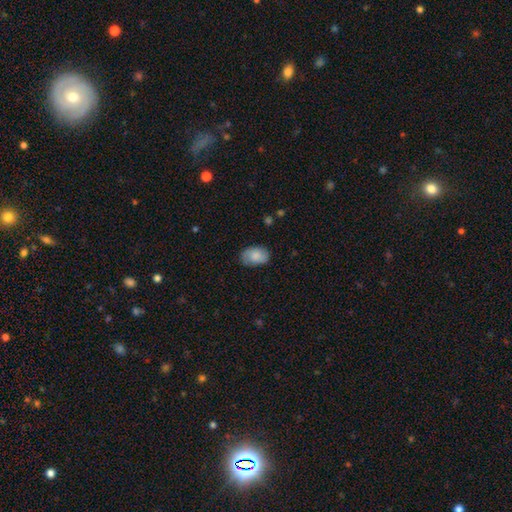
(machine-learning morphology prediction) Smooth or featured? smooth (78%)
How rounded? in between (86%)
Merging? none (76%)